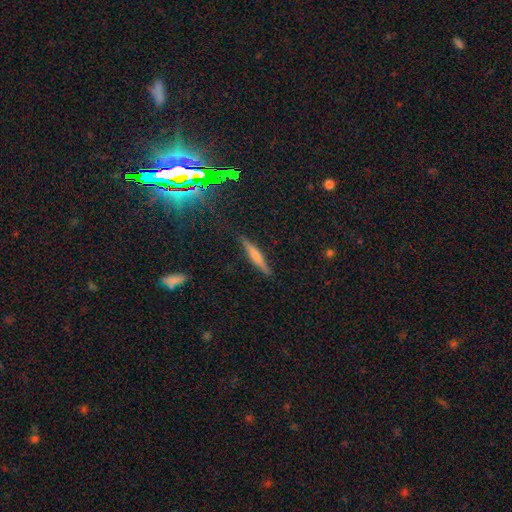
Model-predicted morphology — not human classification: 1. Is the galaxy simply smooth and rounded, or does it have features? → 55% smooth, 36% featured or disk, 9% star or artifact.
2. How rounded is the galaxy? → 91% cigar-shaped, 7% in between, 2% round.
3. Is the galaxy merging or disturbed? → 87% none, 10% minor disturbance, 2% major disturbance, 1% merger.